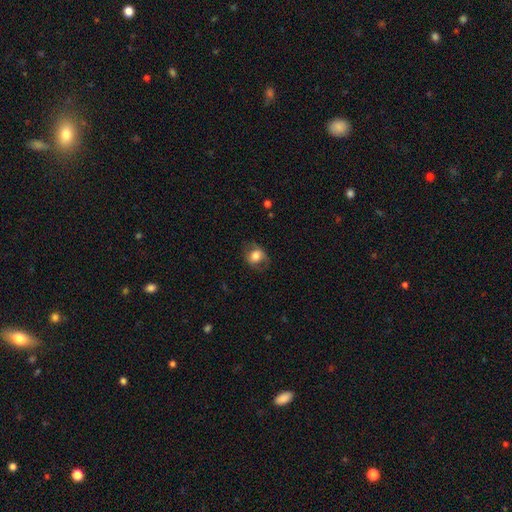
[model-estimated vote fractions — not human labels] A smooth galaxy with no disk features (67%) that is in between round and cigar-shaped (52%). Merging: none (65%).